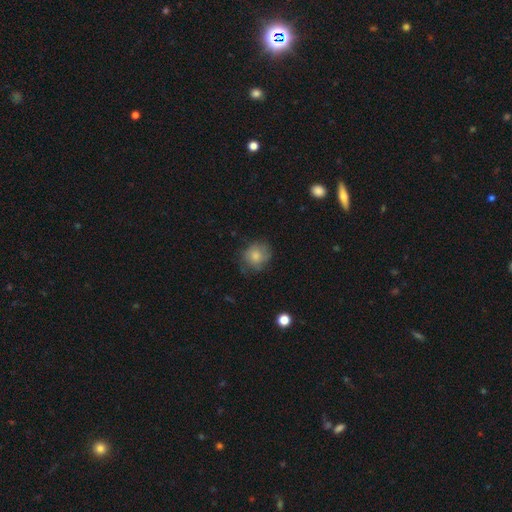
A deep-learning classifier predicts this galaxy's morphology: Smooth or featured: smooth — 78% (featured or disk — 14%)
How rounded: round — 76% (in between — 23%)
Merging: none — 67% (minor disturbance — 24%)